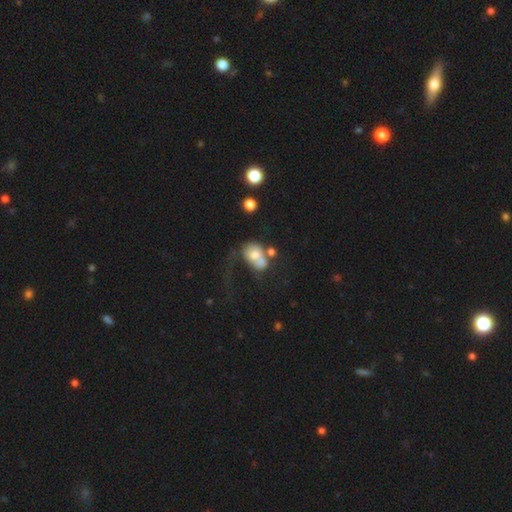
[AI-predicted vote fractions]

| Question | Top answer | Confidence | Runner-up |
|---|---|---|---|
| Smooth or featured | smooth | 57% | featured or disk (33%) |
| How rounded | in between | 68% | round (31%) |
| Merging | merger | 43% | major disturbance (29%) |